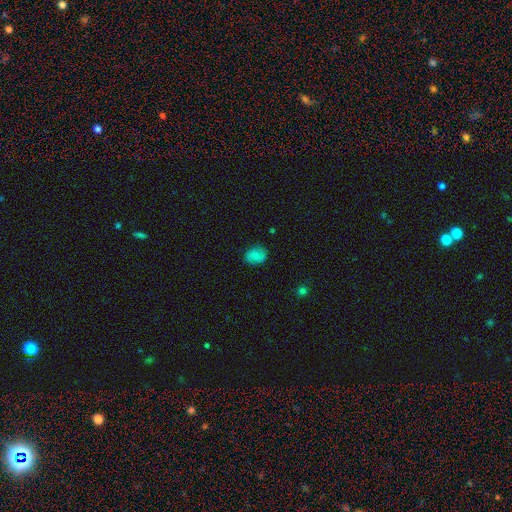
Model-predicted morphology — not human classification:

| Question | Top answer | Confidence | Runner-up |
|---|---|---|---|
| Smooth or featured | smooth | 76% | featured or disk (14%) |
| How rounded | round | 52% | in between (47%) |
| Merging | none | 80% | minor disturbance (15%) |